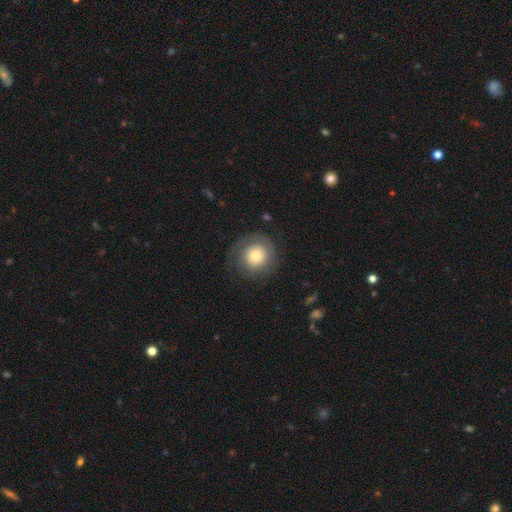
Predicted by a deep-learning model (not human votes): Smooth or featured?
  - smooth: 52% *
  - featured or disk: 41%
  - star or artifact: 8%
How rounded?
  - round: 92% *
  - in between: 7%
  - cigar-shaped: 1%
Merging?
  - none: 78% *
  - minor disturbance: 13%
  - major disturbance: 8%
  - merger: 1%